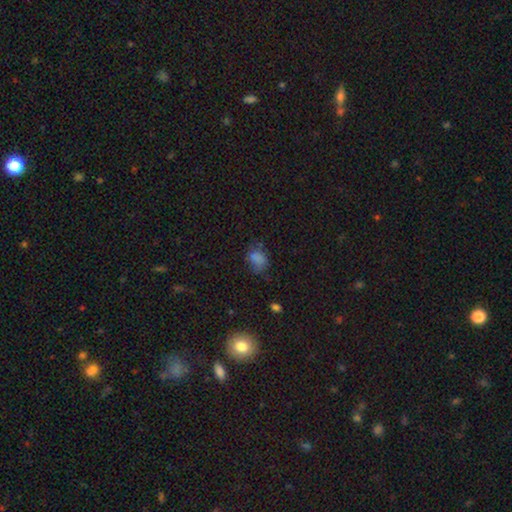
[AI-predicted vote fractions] This appears to be a smooth galaxy with no disk features (69%) that is in between round and cigar-shaped (66%). Merging: none (55%).